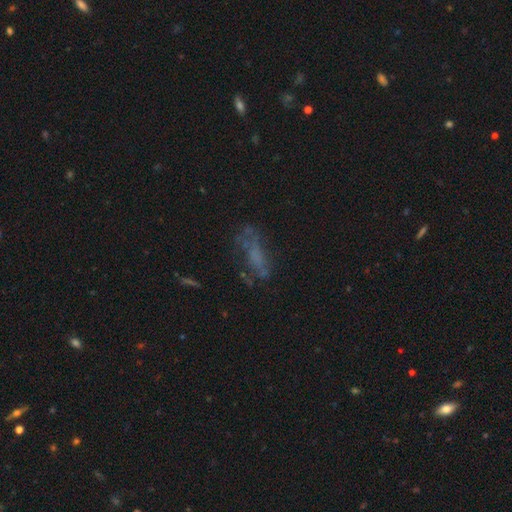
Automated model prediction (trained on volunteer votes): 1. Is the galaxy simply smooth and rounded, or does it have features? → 41% featured or disk, 39% smooth, 20% star or artifact.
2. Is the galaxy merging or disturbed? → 50% none, 24% major disturbance, 21% minor disturbance, 4% merger.